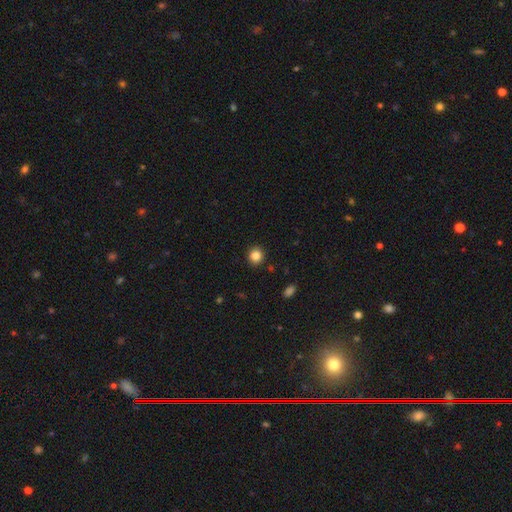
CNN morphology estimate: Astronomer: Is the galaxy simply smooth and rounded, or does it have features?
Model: smooth — 84%.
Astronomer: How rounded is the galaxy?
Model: round — 90%.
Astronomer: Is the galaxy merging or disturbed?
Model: none — 91%.